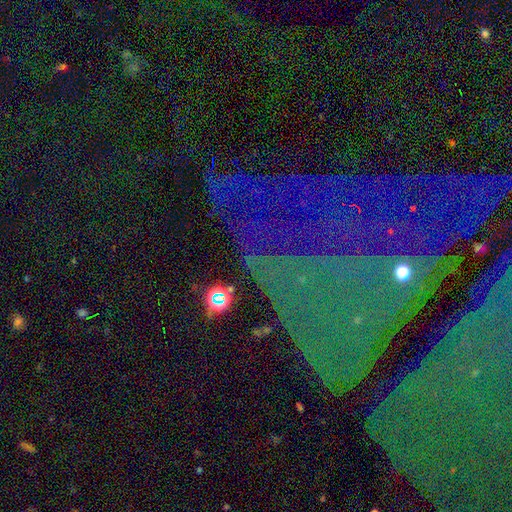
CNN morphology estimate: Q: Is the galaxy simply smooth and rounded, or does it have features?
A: star or artifact — 77%.